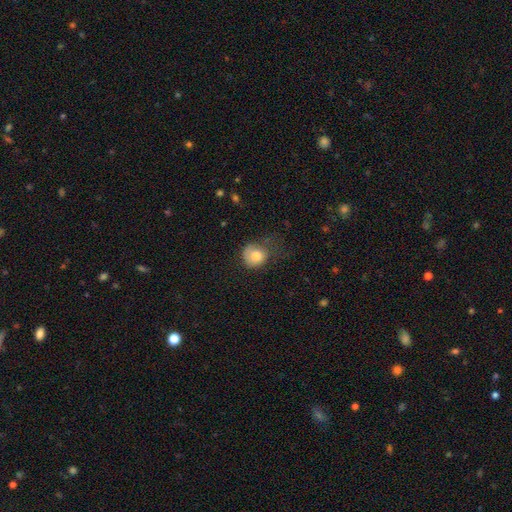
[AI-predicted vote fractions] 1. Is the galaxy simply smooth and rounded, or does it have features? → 77% smooth, 15% featured or disk, 8% star or artifact.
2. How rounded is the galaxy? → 72% round, 27% in between, 1% cigar-shaped.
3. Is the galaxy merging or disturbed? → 35% none, 33% major disturbance, 30% minor disturbance, 2% merger.